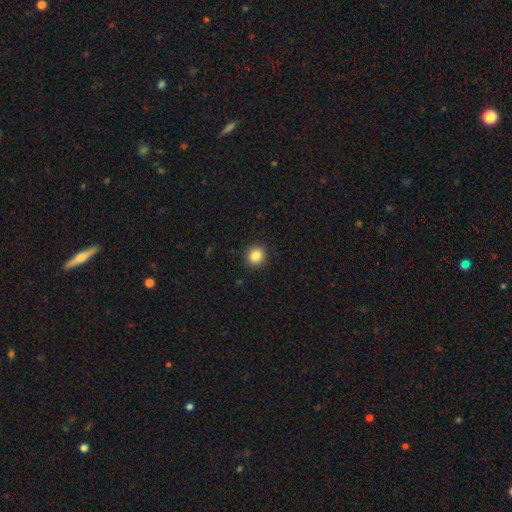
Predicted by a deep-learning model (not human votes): This appears to be a smooth galaxy with no disk features (85%) that is round (90%). Merging: none (92%).